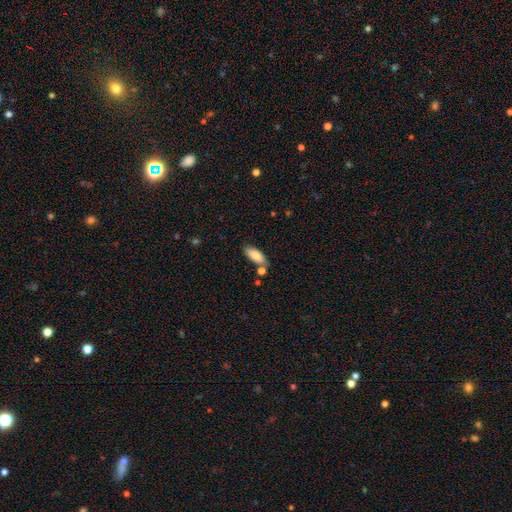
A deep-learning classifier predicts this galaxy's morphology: Smooth or featured? smooth (83%)
How rounded? in between (83%)
Merging? none (70%)